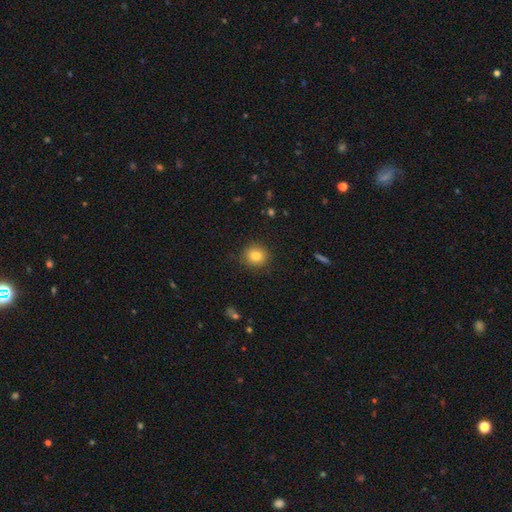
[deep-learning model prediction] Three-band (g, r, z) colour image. It shows a smooth galaxy with no disk features (83%) that is round (85%). Merging: none (87%).